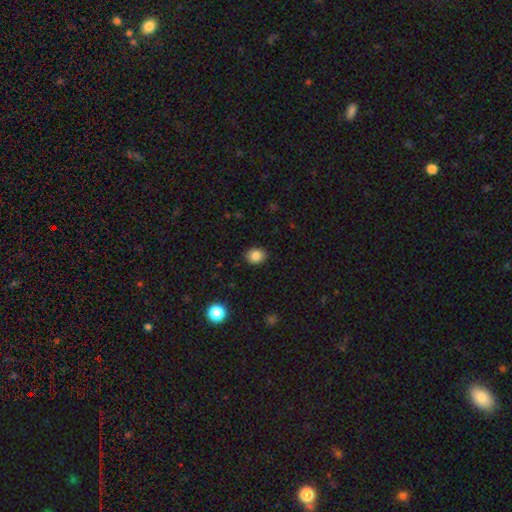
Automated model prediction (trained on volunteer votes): Smooth or featured?
  - smooth: 85% *
  - star or artifact: 10%
  - featured or disk: 5%
How rounded?
  - round: 59% *
  - in between: 40%
  - cigar-shaped: 1%
Merging?
  - none: 88% *
  - minor disturbance: 8%
  - major disturbance: 2%
  - merger: 1%